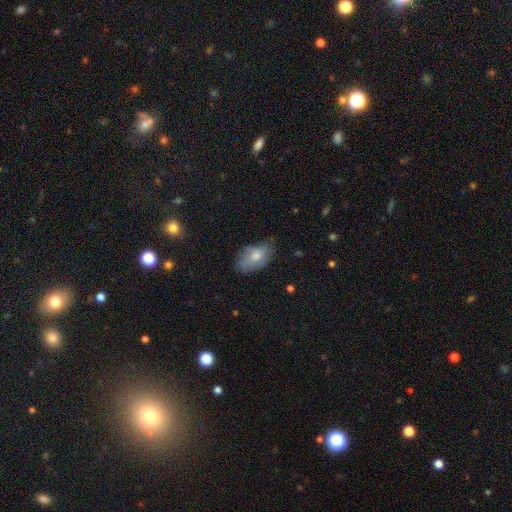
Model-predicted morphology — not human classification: Q: Smooth or featured?
A: smooth (70%); runner-up: featured or disk (21%)
Q: How rounded?
A: in between (92%); runner-up: round (6%)
Q: Merging?
A: none (70%); runner-up: minor disturbance (24%)